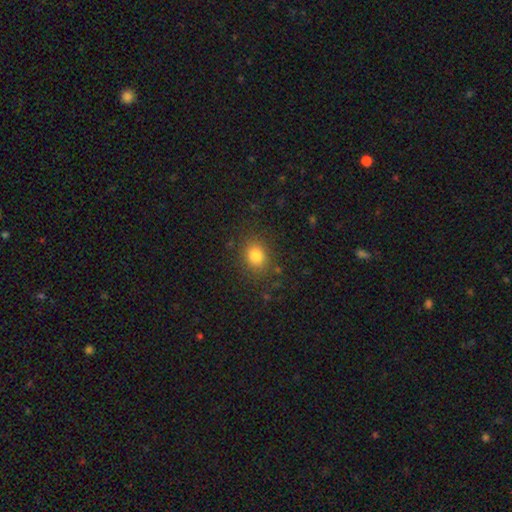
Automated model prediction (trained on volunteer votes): Morphology: type=smooth (82%); roundness=round (60%); merging=none (84%).